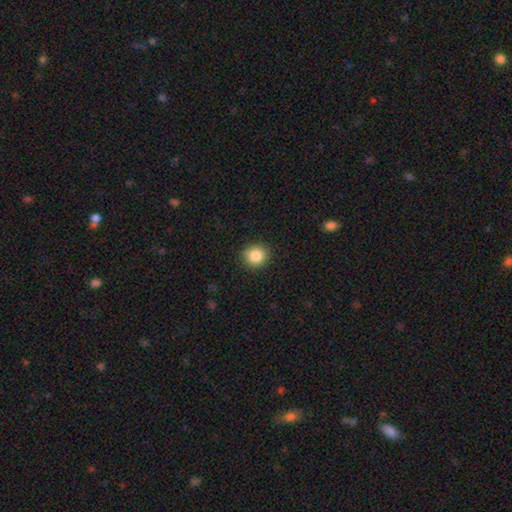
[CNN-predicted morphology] smooth_or_featured: smooth (p=0.85) [alt: star or artifact p=0.10]
how_rounded: round (p=0.87) [alt: in between p=0.12]
merging: none (p=0.88) [alt: minor disturbance p=0.09]